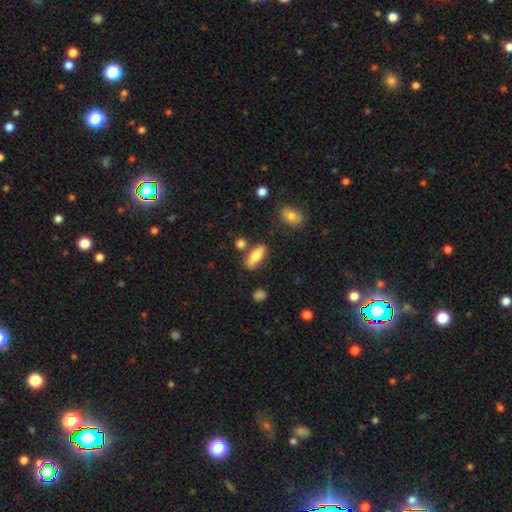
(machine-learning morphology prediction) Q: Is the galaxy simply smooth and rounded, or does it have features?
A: smooth — 77%.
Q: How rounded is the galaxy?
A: in between — 70%.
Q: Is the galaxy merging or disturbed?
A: none — 75%.